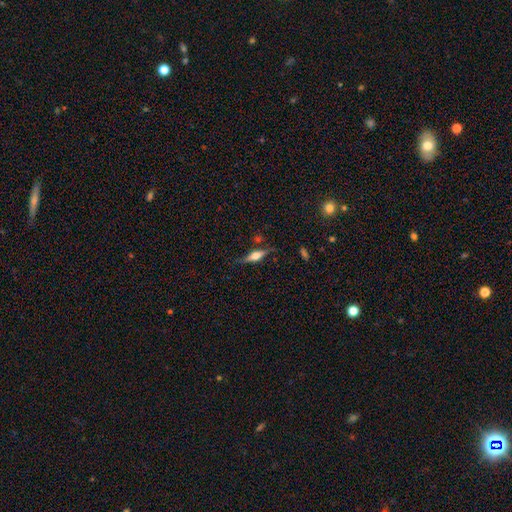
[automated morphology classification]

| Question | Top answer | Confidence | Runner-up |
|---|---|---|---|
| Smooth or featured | featured or disk | 64% | smooth (28%) |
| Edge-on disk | yes | 95% | no (5%) |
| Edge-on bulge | rounded | 88% | boxy (10%) |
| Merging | none | 77% | minor disturbance (15%) |